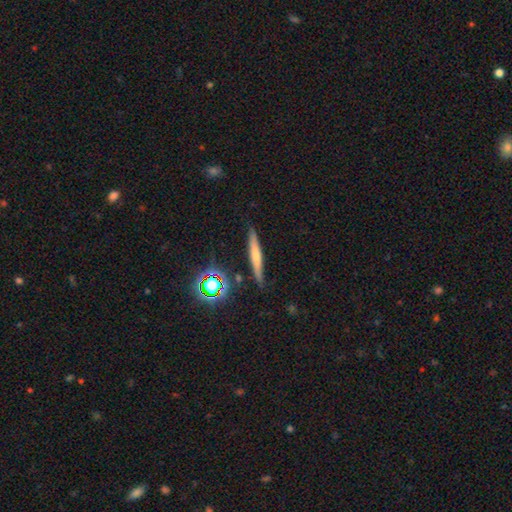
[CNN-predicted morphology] smooth-or-featured: smooth: 52% | featured or disk: 37% | star or artifact: 11%
  how-rounded: cigar-shaped: 92% | in between: 6% | round: 3%
  merging: none: 84% | minor disturbance: 11% | merger: 2% | major disturbance: 2%